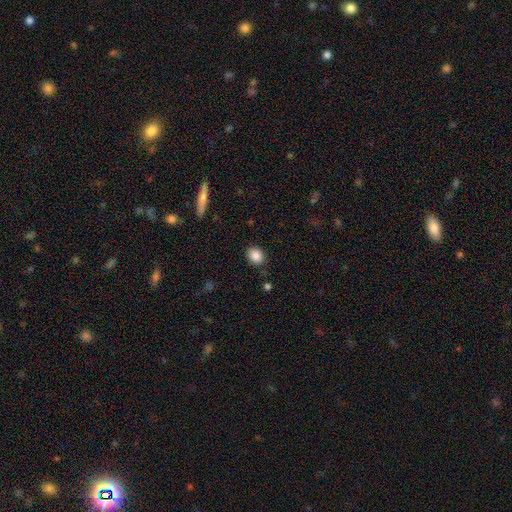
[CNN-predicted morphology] This appears to be a smooth galaxy with no disk features (86%) that is round (52%). Merging: none (87%).